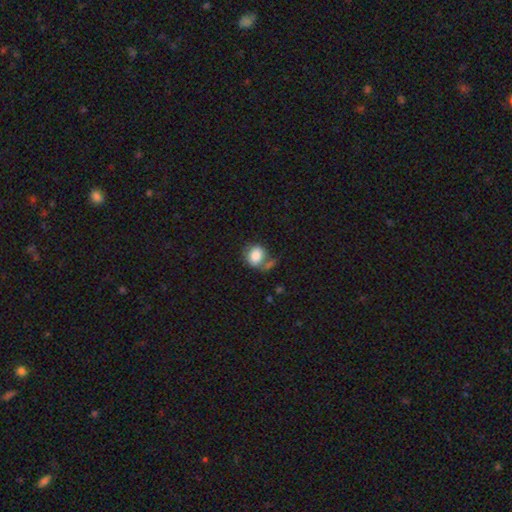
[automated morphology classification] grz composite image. It shows a smooth galaxy with no disk features (82%) that is round (57%). Merging: none (43%).